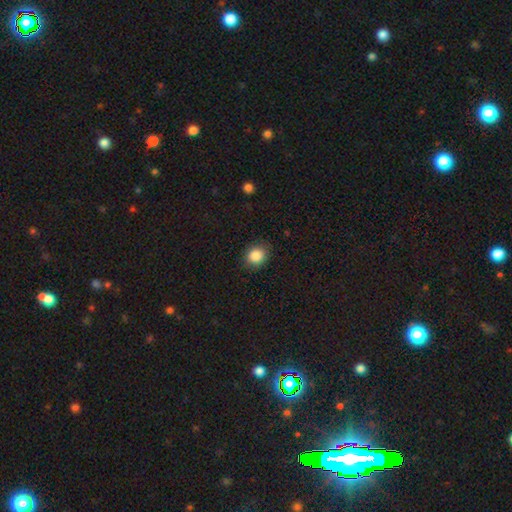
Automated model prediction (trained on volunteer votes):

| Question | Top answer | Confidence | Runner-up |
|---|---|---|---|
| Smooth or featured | smooth | 87% | star or artifact (9%) |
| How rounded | round | 70% | in between (29%) |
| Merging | none | 85% | minor disturbance (11%) |